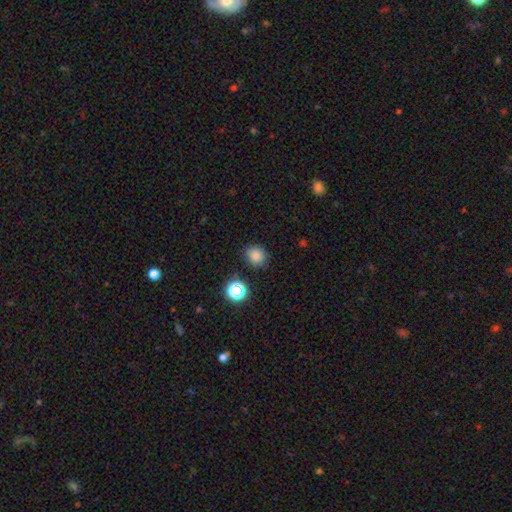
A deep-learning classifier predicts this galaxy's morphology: The model was most divided on "how rounded": round: 73%, in between: 26%, cigar-shaped: 1%. More confident: merging — none (84%); smooth or featured — smooth (80%).